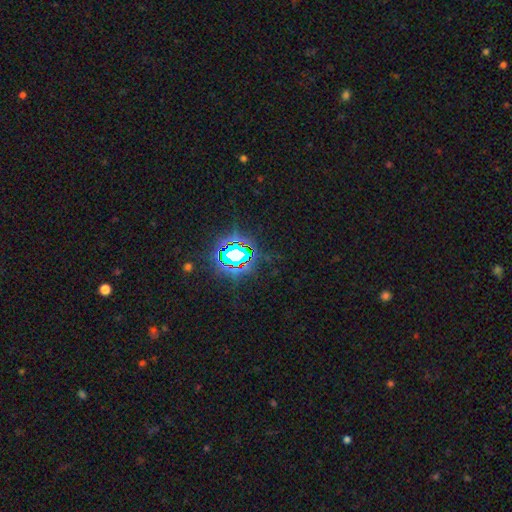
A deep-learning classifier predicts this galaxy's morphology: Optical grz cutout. It shows a star or artifact, not a galaxy (83%).